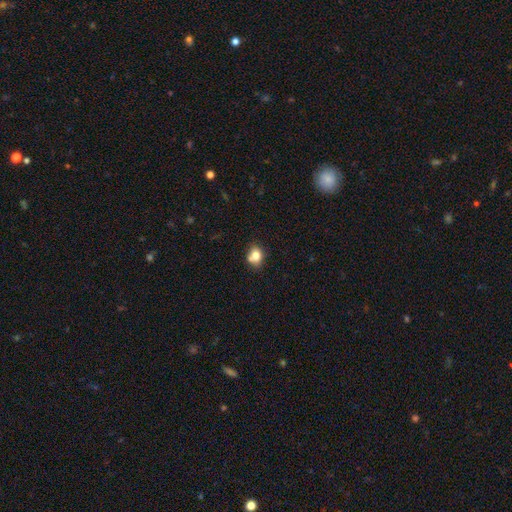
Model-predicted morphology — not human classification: Q: Smooth or featured?
A: smooth (77%); runner-up: featured or disk (12%)
Q: How rounded?
A: in between (52%); runner-up: round (47%)
Q: Merging?
A: none (58%); runner-up: minor disturbance (20%)